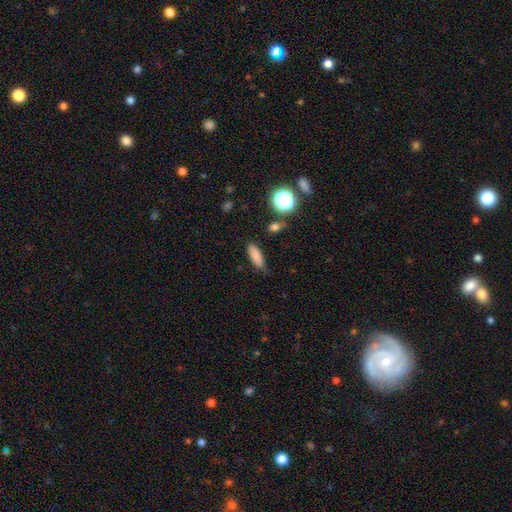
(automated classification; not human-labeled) A smooth galaxy with no disk features (82%) that is in between round and cigar-shaped (63%). Merging: none (74%).